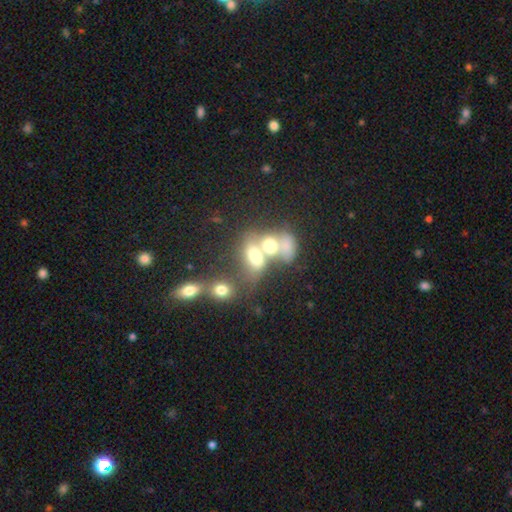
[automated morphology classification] Q: Smooth or featured?
A: smooth (51%); runner-up: featured or disk (34%)
Q: How rounded?
A: in between (77%); runner-up: round (19%)
Q: Merging?
A: merger (68%); runner-up: none (15%)